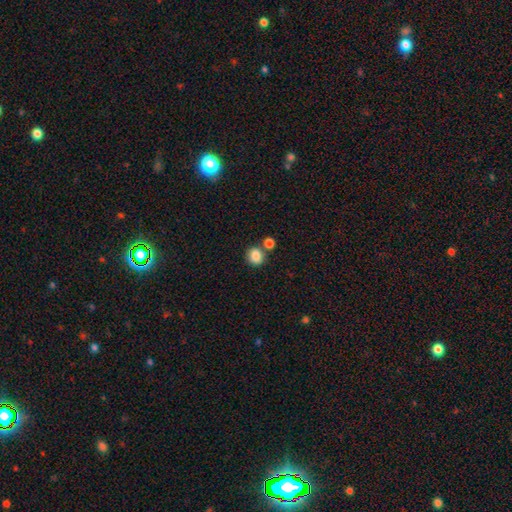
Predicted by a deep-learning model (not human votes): This appears to be a smooth galaxy with no disk features (85%) that is round (77%). Merging: none (66%).